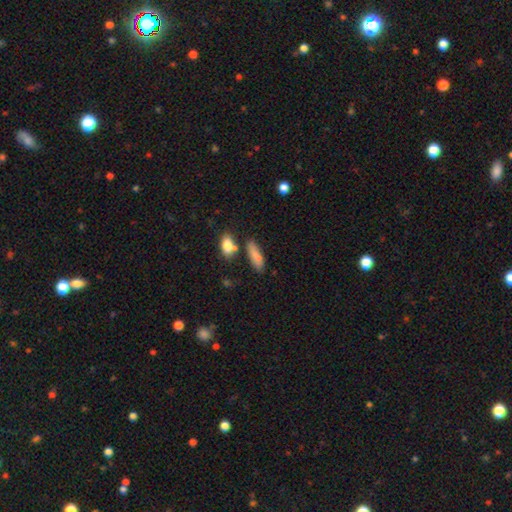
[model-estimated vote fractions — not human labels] smooth-or-featured: smooth: 81% | featured or disk: 11% | star or artifact: 8%
  how-rounded: in between: 51% | cigar-shaped: 46% | round: 4%
  merging: none: 65% | minor disturbance: 18% | merger: 11% | major disturbance: 5%